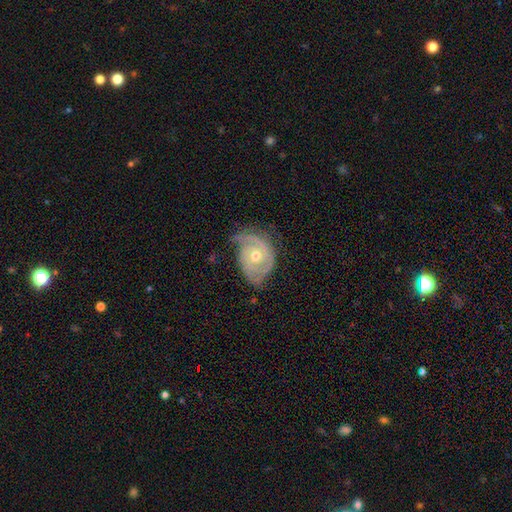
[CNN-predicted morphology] This is clearly a featured or disk galaxy (85%). It is clearly not viewed edge-on (97%). Bar: likely no (76%). Spiral arm pattern: clearly yes (93%). Spiral arm count: marginally 2 (44%). Spiral winding: possibly tight (60%). Central bulge: likely moderate (66%). Merging: possibly none (54%).